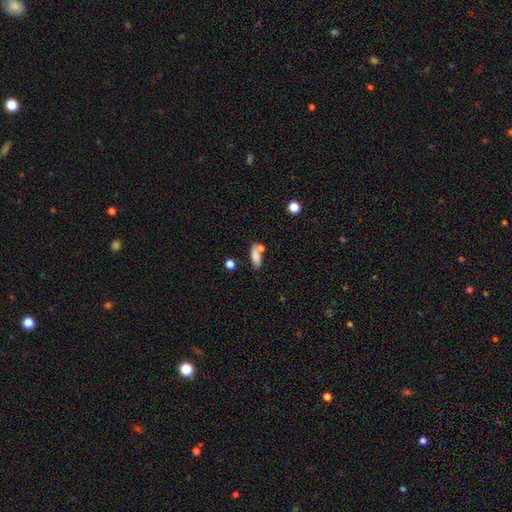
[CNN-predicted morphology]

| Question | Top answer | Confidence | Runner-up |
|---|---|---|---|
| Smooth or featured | smooth | 81% | featured or disk (10%) |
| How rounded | in between | 74% | cigar-shaped (22%) |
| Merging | none | 53% | merger (25%) |